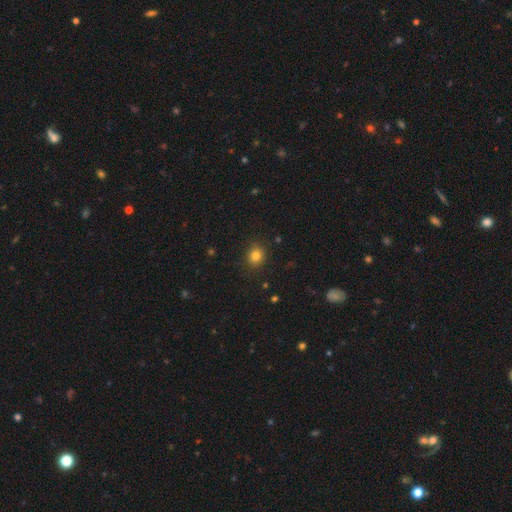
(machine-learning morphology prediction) This appears to be a smooth galaxy with no disk features (82%) that is round (74%). Merging: none (89%).